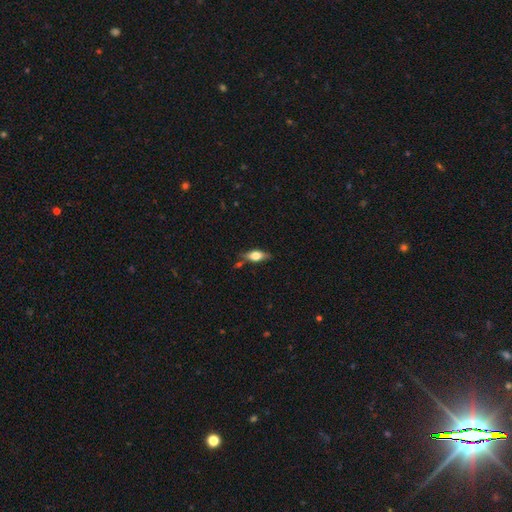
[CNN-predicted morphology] This appears to be a smooth galaxy with no disk features (49%). Merging: none (73%).